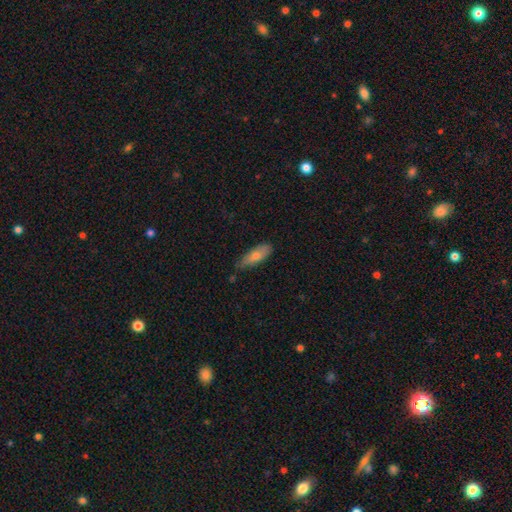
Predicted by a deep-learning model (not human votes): Smooth or featured?
  - smooth: 67% *
  - featured or disk: 26%
  - star or artifact: 7%
How rounded?
  - in between: 58% *
  - cigar-shaped: 39%
  - round: 2%
Merging?
  - none: 67% *
  - minor disturbance: 27%
  - major disturbance: 4%
  - merger: 3%